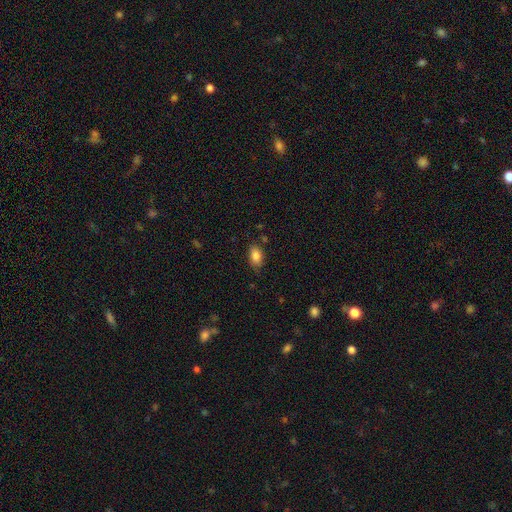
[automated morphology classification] smooth 85%, star or artifact 8%, featured or disk 6%. Down the decision tree: how rounded — in between (90%); merging — none (79%).